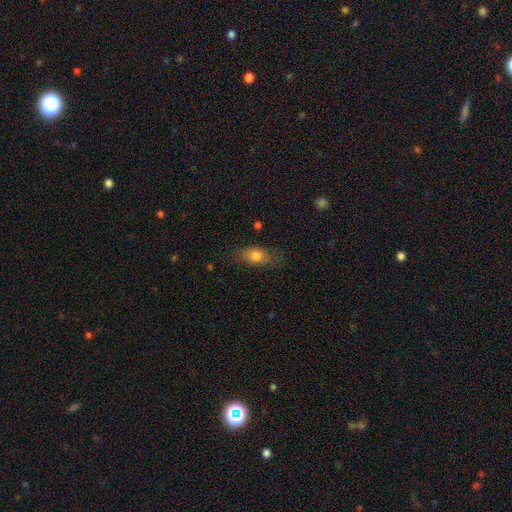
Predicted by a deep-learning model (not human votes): smooth 78%, featured or disk 14%, star or artifact 8%. Down the decision tree: how rounded — in between (83%); merging — none (72%).